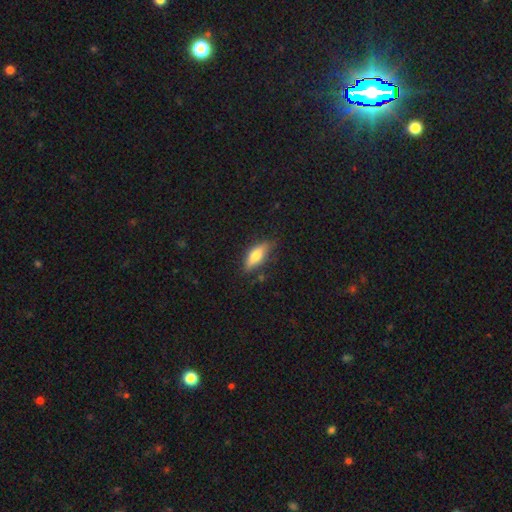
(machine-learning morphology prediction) smooth 67%, featured or disk 26%, star or artifact 7%. Down the decision tree: how rounded — in between (61%); merging — none (74%).